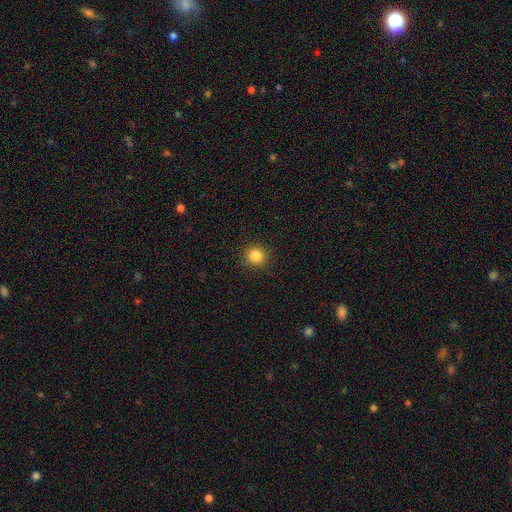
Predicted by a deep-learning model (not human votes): smooth-or-featured: smooth: 84% | star or artifact: 12% | featured or disk: 4%
  how-rounded: round: 92% | in between: 7% | cigar-shaped: 1%
  merging: none: 90% | minor disturbance: 7% | major disturbance: 2% | merger: 1%